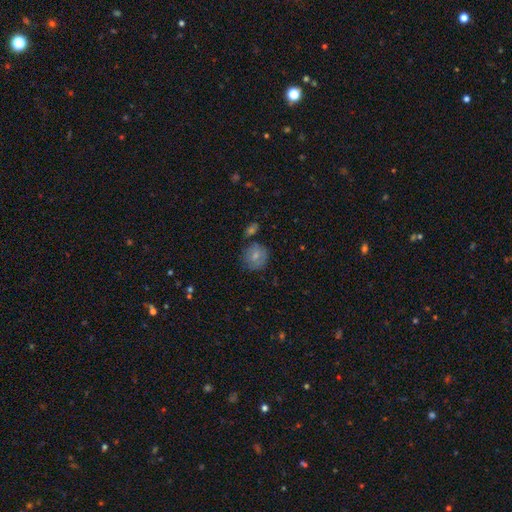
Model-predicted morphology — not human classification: Smooth or featured?
  - smooth: 74% *
  - featured or disk: 18%
  - star or artifact: 8%
How rounded?
  - round: 84% *
  - in between: 15%
  - cigar-shaped: 1%
Merging?
  - none: 70% *
  - minor disturbance: 16%
  - merger: 9%
  - major disturbance: 5%